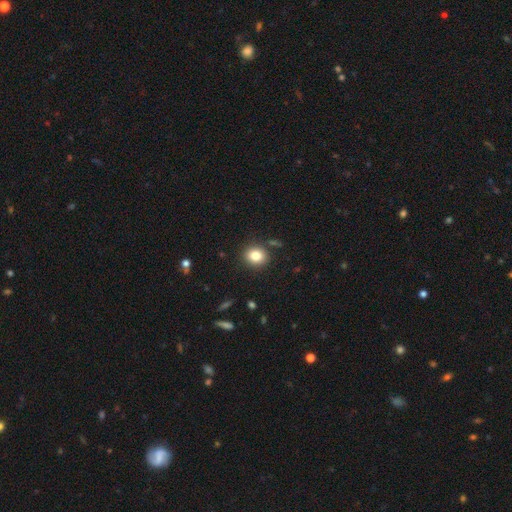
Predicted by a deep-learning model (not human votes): A smooth galaxy with no disk features (82%) that is round (73%). Merging: none (86%).